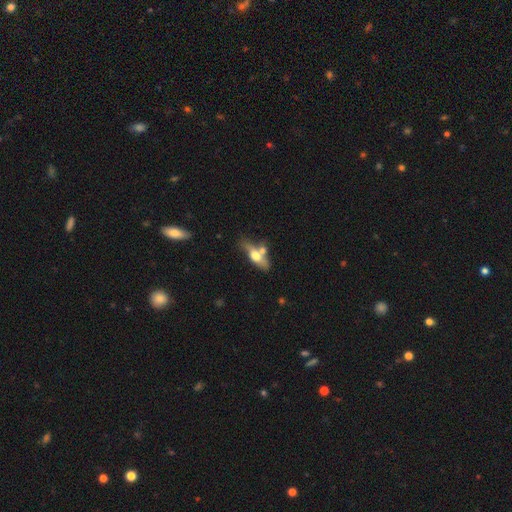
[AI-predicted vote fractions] Smooth or featured?
  - smooth: 50% *
  - featured or disk: 43%
  - star or artifact: 7%
How rounded?
  - in between: 51% *
  - cigar-shaped: 44%
  - round: 5%
Merging?
  - none: 41% *
  - merger: 34%
  - minor disturbance: 17%
  - major disturbance: 8%